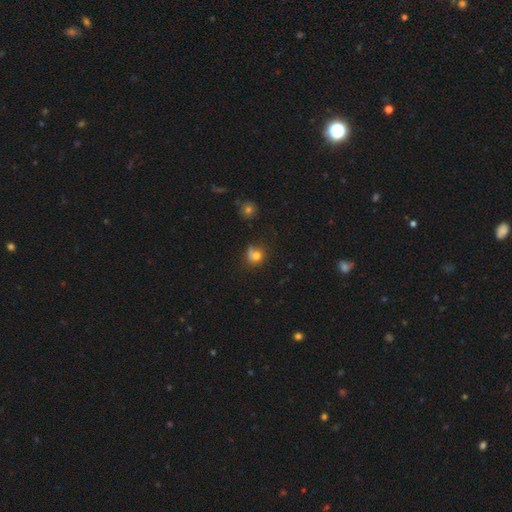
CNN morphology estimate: smooth-or-featured: smooth: 75% | star or artifact: 13% | featured or disk: 12%
  how-rounded: round: 78% | in between: 21% | cigar-shaped: 1%
  merging: none: 50% | minor disturbance: 26% | major disturbance: 13% | merger: 11%